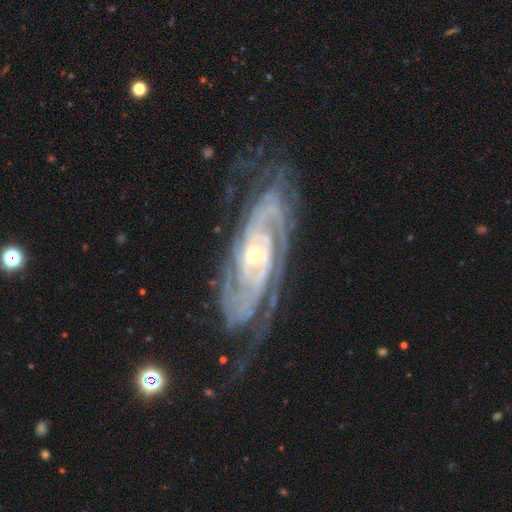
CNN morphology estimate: This is clearly a featured or disk galaxy (91%). It is clearly not viewed edge-on (92%). Bar: possibly no (53%). Spiral arm pattern: clearly yes (98%). Spiral arm count: marginally 2 (34%). Spiral winding: likely tight (75%). Central bulge: possibly small (55%). Merging: likely none (71%).